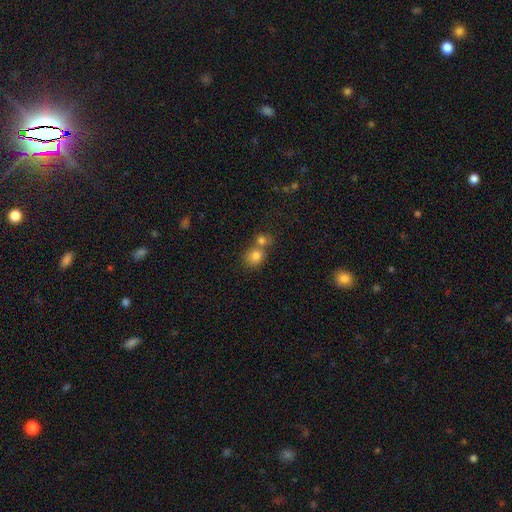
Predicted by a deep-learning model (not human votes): Morphology: type=smooth (80%); roundness=round (73%); merging=merger (48%).